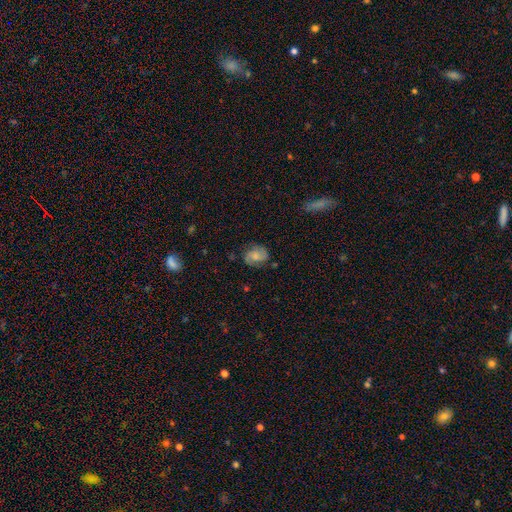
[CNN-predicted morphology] The model was most divided on "bulge size": moderate: 37%, small: 33%, none: 20%, large: 8%, dominant: 2%. Remaining: edge-on disk — no (98%); spiral arms — yes (94%); spiral arm count — 2 (86%); merging — none (76%); smooth or featured — featured or disk (66%); bar — no (60%); spiral winding — medium (49%).